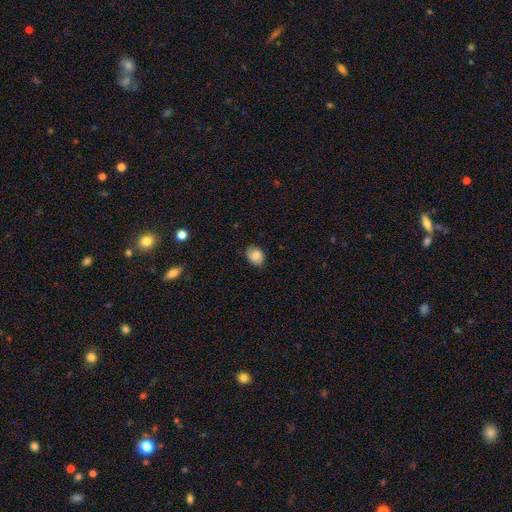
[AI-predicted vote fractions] Smooth or featured?
  - smooth: 78% *
  - featured or disk: 13%
  - star or artifact: 9%
How rounded?
  - in between: 53% *
  - round: 46%
  - cigar-shaped: 1%
Merging?
  - none: 76% *
  - minor disturbance: 19%
  - major disturbance: 4%
  - merger: 1%